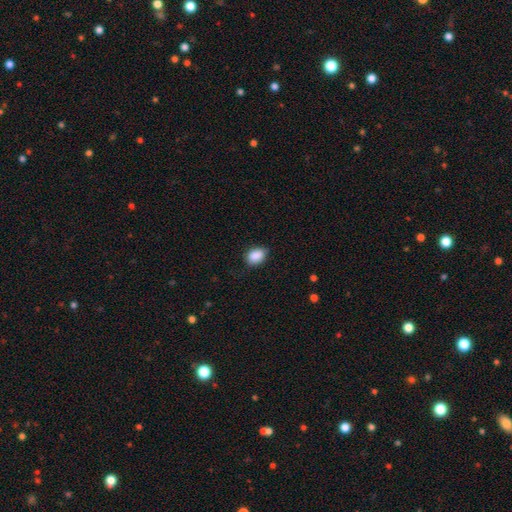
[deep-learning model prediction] A smooth galaxy with no disk features (89%) that is in between round and cigar-shaped (74%).

Vote fractions:
- Smooth or featured? smooth: 89% / star or artifact: 7% / featured or disk: 4%
- How rounded? in between: 74% / round: 25% / cigar-shaped: 1%
- Merging? none: 77% / minor disturbance: 19% / major disturbance: 4% / merger: 1%